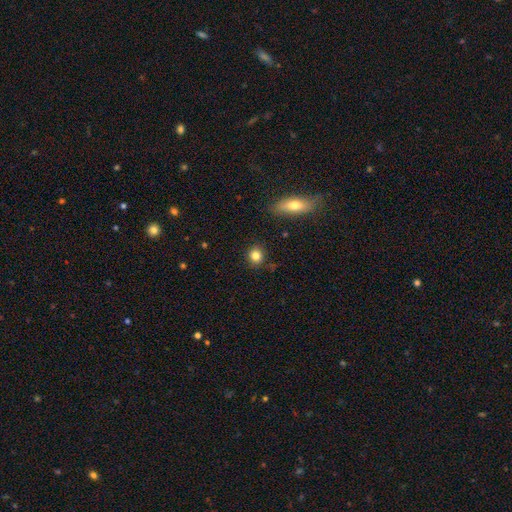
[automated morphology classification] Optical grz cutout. It shows a smooth galaxy with no disk features (82%) that is round (81%). Merging: none (87%).